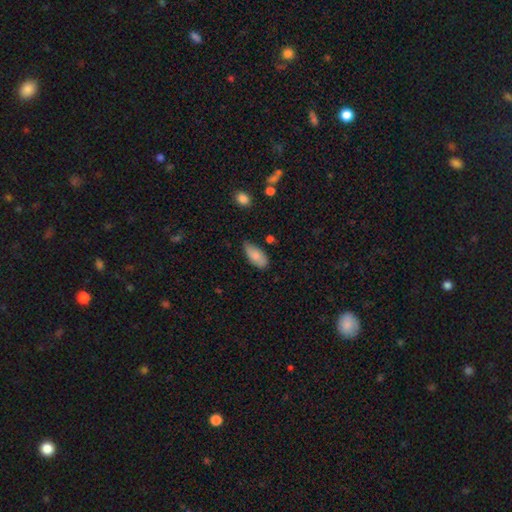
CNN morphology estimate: A smooth galaxy with no disk features (82%) that is in between round and cigar-shaped (90%). Merging: none (64%).